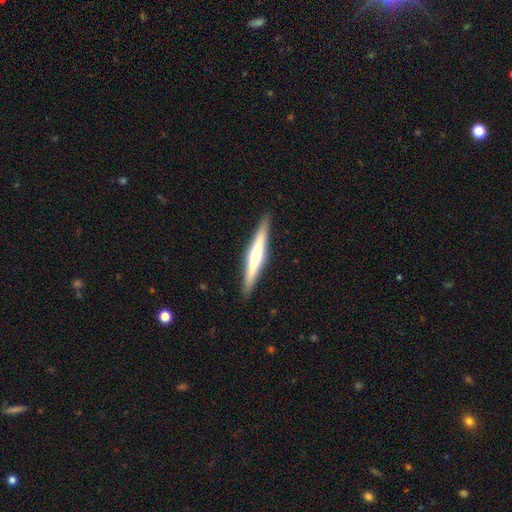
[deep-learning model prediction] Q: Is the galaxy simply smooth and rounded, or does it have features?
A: featured or disk — 60%.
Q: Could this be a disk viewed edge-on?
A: yes — 97%.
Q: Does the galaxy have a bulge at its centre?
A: rounded — 73%.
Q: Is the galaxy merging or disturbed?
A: none — 91%.